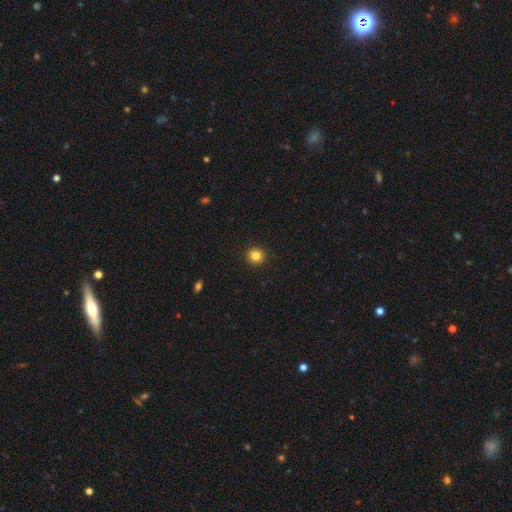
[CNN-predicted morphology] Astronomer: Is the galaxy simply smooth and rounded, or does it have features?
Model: smooth — 84%.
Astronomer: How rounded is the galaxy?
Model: round — 94%.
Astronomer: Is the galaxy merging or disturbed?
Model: none — 94%.